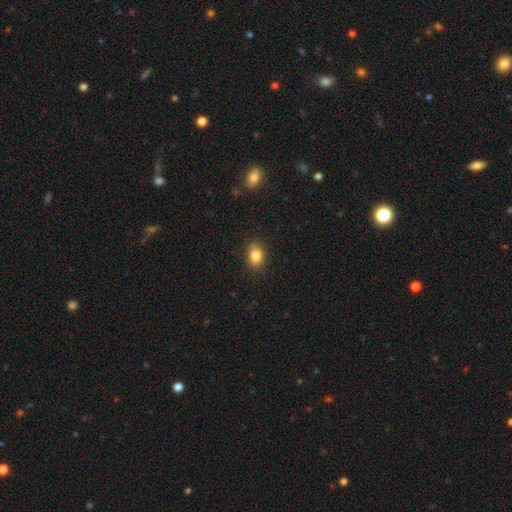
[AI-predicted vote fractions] smooth-or-featured: smooth: 84% | star or artifact: 9% | featured or disk: 7%
  how-rounded: in between: 74% | round: 24% | cigar-shaped: 1%
  merging: none: 84% | minor disturbance: 12% | major disturbance: 3% | merger: 1%